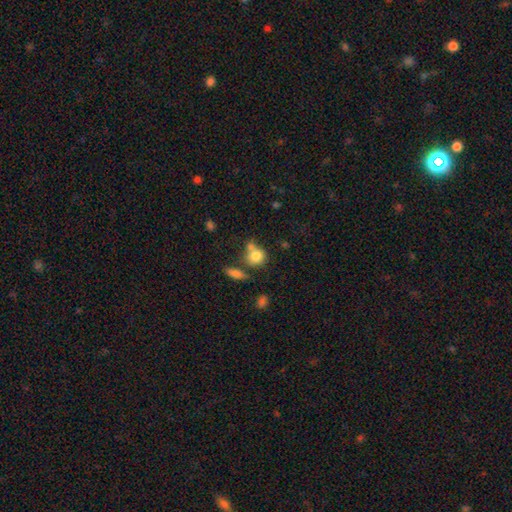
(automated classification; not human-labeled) Q: Smooth or featured?
A: smooth (79%); runner-up: featured or disk (11%)
Q: How rounded?
A: round (74%); runner-up: in between (24%)
Q: Merging?
A: none (48%); runner-up: merger (32%)